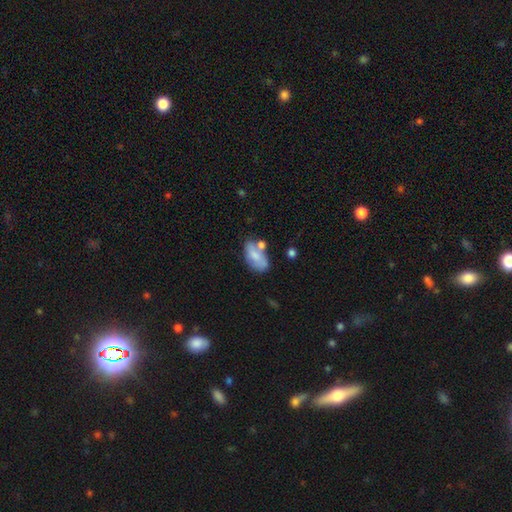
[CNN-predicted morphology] This is likely a smooth galaxy (65%). How rounded: clearly in between (92%). Merging: marginally none (43%).